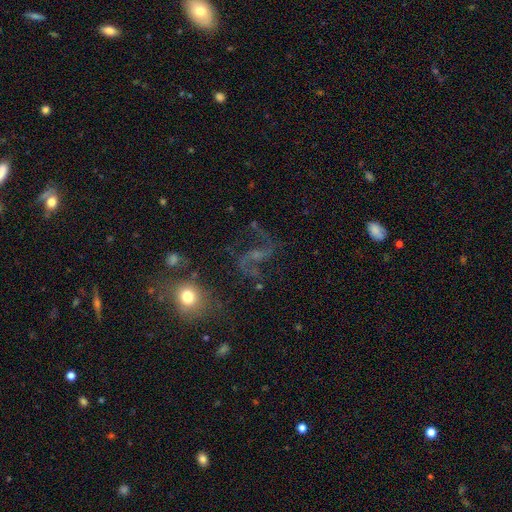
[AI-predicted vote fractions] Morphology: type=featured or disk (76%); edge-on=no (97%); bar=weak (44%); spiral arms=yes (93%); winding=loose (59%); arm count=2 (90%); bulge=small (46%); merging=none (64%).